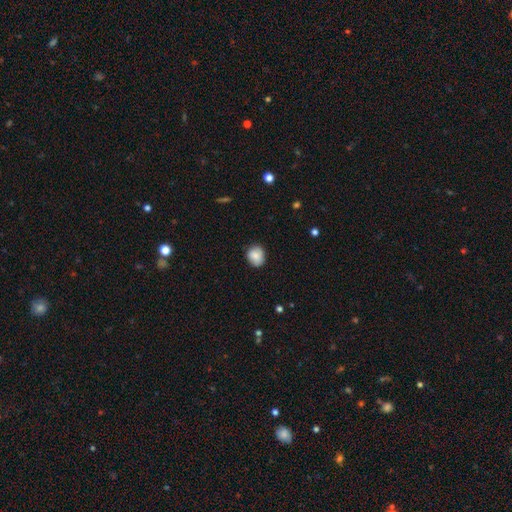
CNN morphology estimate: This is clearly a smooth galaxy (85%). How rounded: likely round (65%). Merging: likely none (80%).